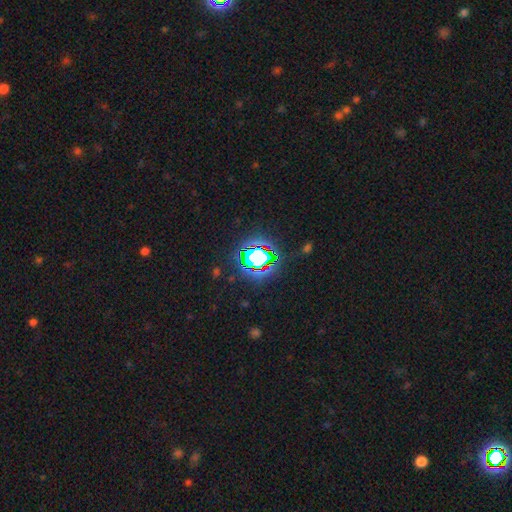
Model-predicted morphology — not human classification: A star or artifact, not a galaxy (79%).